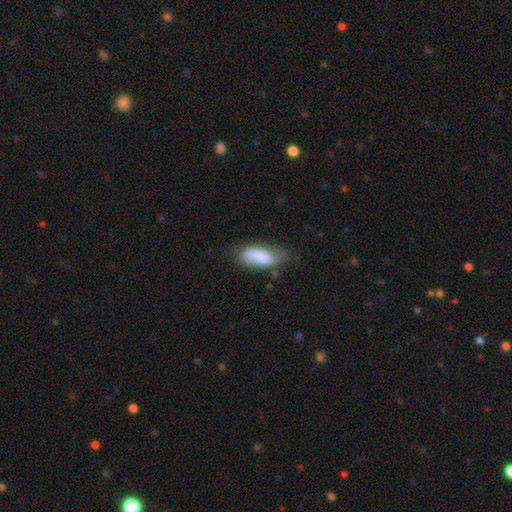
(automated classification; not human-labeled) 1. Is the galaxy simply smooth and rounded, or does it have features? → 66% smooth, 26% featured or disk, 7% star or artifact.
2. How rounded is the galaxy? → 83% in between, 14% cigar-shaped, 3% round.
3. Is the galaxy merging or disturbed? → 52% none, 33% minor disturbance, 11% major disturbance, 4% merger.